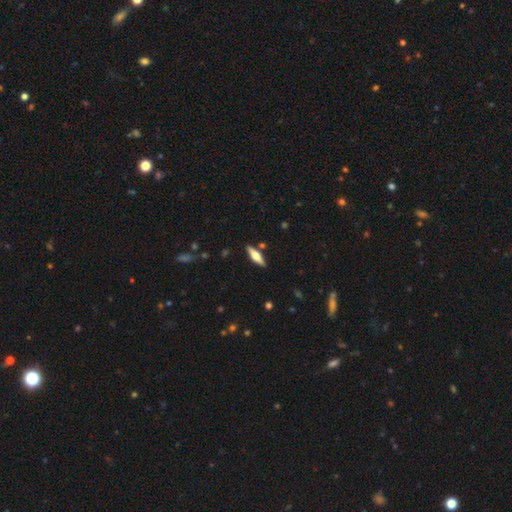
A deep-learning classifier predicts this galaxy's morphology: Smooth or featured?
  - featured or disk: 56% *
  - smooth: 38%
  - star or artifact: 6%
Edge-on disk?
  - yes: 95% *
  - no: 5%
Edge-on bulge?
  - rounded: 92% *
  - boxy: 5%
  - none: 2%
Merging?
  - none: 86% *
  - minor disturbance: 8%
  - merger: 3%
  - major disturbance: 2%